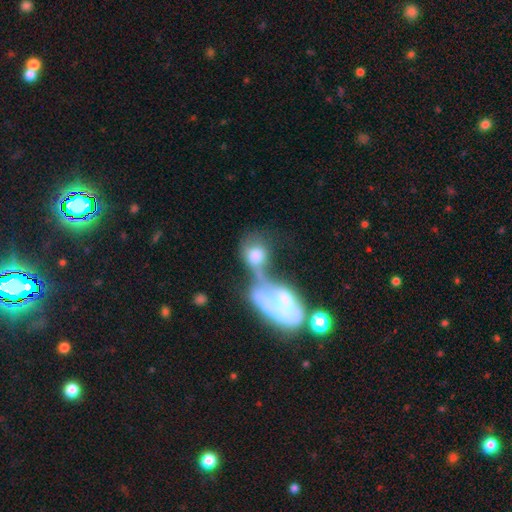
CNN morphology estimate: smooth-or-featured: smooth: 58% | featured or disk: 31% | star or artifact: 11%
  how-rounded: round: 52% | in between: 44% | cigar-shaped: 4%
  merging: merger: 67% | major disturbance: 14% | none: 12% | minor disturbance: 7%